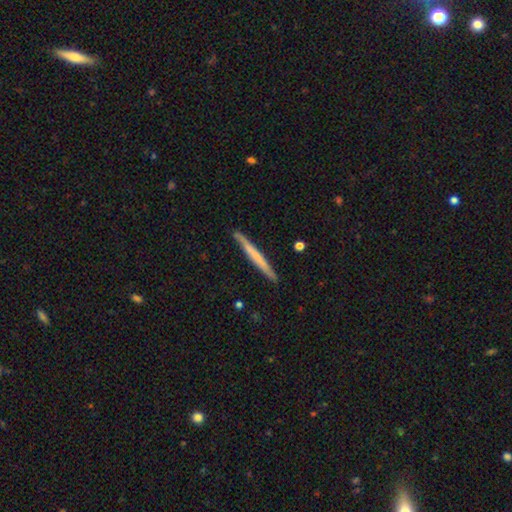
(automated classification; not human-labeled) Q: Smooth or featured?
A: smooth (52%); runner-up: featured or disk (43%)
Q: How rounded?
A: cigar-shaped (97%); runner-up: in between (2%)
Q: Merging?
A: none (91%); runner-up: minor disturbance (7%)